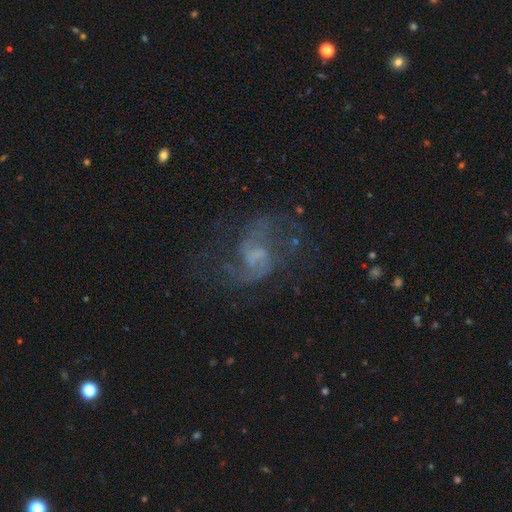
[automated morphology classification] Smooth or featured?
  - featured or disk: 80% *
  - star or artifact: 11%
  - smooth: 9%
Edge-on disk?
  - no: 98% *
  - yes: 2%
Bar?
  - weak: 51% *
  - no: 37%
  - strong: 12%
Spiral arms?
  - yes: 90% *
  - no: 10%
Spiral winding?
  - loose: 47% *
  - medium: 43%
  - tight: 9%
Spiral arm count?
  - 2: 82% *
  - can't tell: 8%
  - 1: 4%
  - 3: 3%
  - 4: 2%
  - more than 4: 2%
Bulge size?
  - none: 42% *
  - small: 34%
  - moderate: 19%
  - large: 3%
  - dominant: 1%
Merging?
  - none: 58% *
  - major disturbance: 22%
  - minor disturbance: 17%
  - merger: 3%